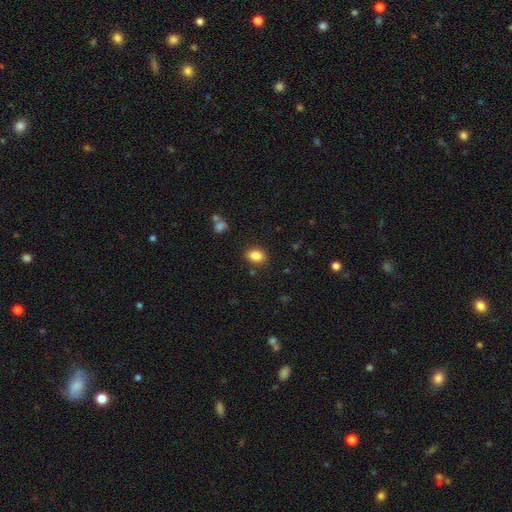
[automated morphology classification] Smooth or featured?
  - smooth: 85% *
  - star or artifact: 9%
  - featured or disk: 5%
How rounded?
  - in between: 72% *
  - round: 26%
  - cigar-shaped: 1%
Merging?
  - none: 85% *
  - minor disturbance: 10%
  - major disturbance: 3%
  - merger: 2%